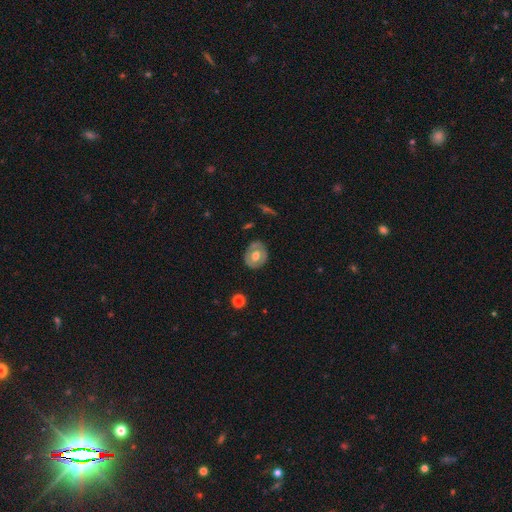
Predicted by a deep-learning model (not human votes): Morphology: type=smooth (49%); merging=none (82%).